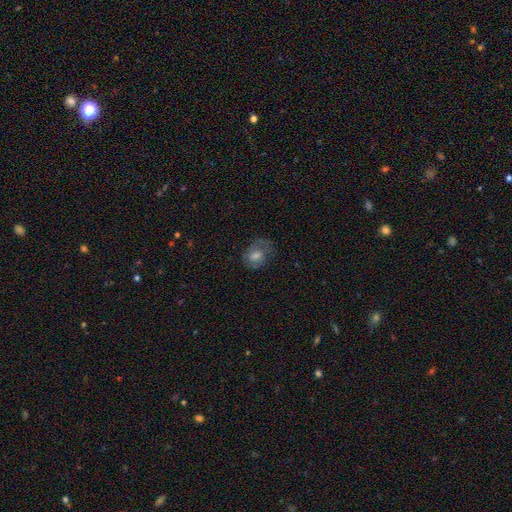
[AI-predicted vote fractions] Morphology: type=smooth (46%); merging=none (63%).